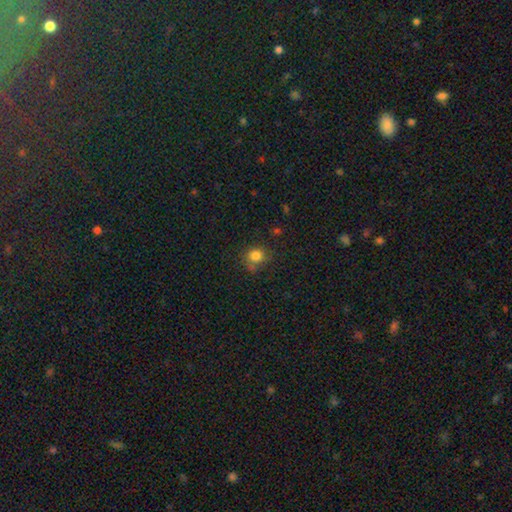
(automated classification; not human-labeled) The model was most divided on "merging": none: 68%, minor disturbance: 21%, major disturbance: 7%, merger: 5%. More confident: smooth or featured — smooth (81%); how rounded — round (81%).